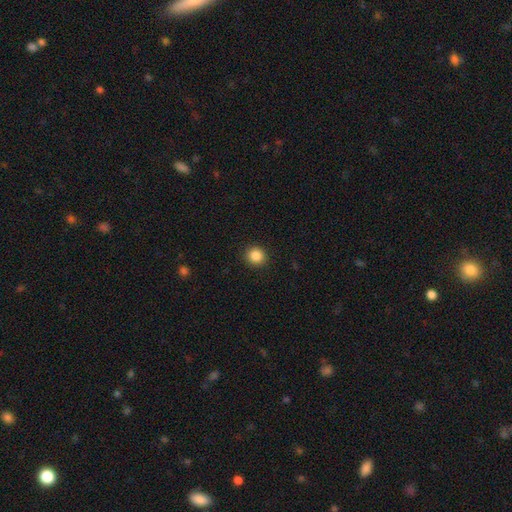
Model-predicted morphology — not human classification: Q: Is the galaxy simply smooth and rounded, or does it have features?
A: smooth — 87%.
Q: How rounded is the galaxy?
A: round — 86%.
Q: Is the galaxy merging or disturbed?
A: none — 92%.